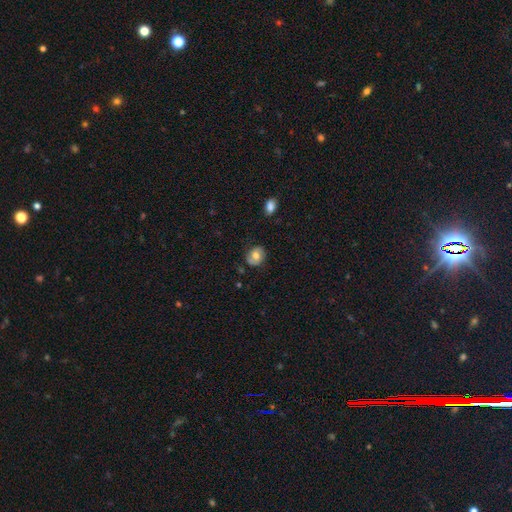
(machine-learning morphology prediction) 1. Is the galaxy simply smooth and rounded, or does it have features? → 63% smooth, 29% featured or disk, 8% star or artifact.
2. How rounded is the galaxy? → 63% round, 36% in between, 1% cigar-shaped.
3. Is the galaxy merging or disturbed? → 77% none, 17% minor disturbance, 4% major disturbance, 2% merger.